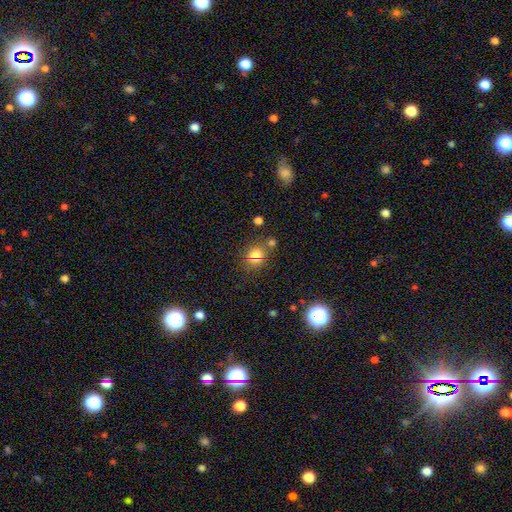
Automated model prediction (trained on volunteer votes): This is likely a smooth galaxy (68%). How rounded: likely round (66%). Merging: likely none (69%).